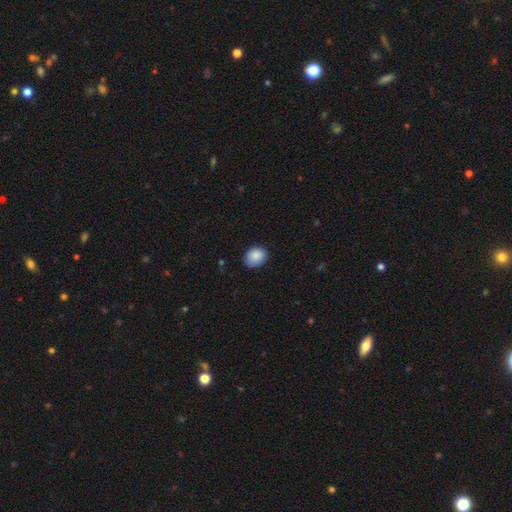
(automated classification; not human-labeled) smooth_or_featured: smooth (p=0.86) [alt: star or artifact p=0.08]
how_rounded: round (p=0.50) [alt: in between p=0.49]
merging: none (p=0.73) [alt: minor disturbance p=0.22]